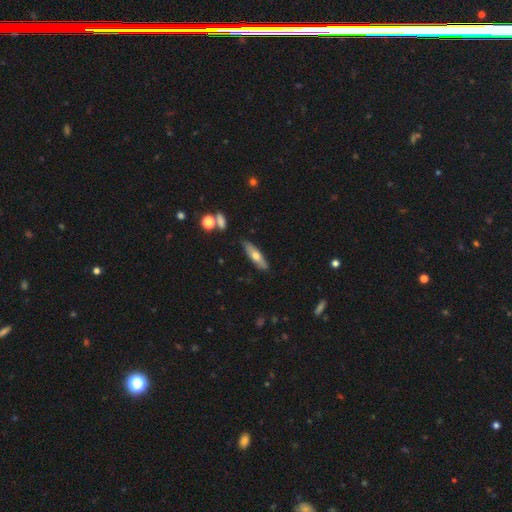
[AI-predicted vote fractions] Smooth or featured: smooth — 55% (featured or disk — 38%)
How rounded: cigar-shaped — 64% (in between — 33%)
Merging: none — 85% (minor disturbance — 11%)